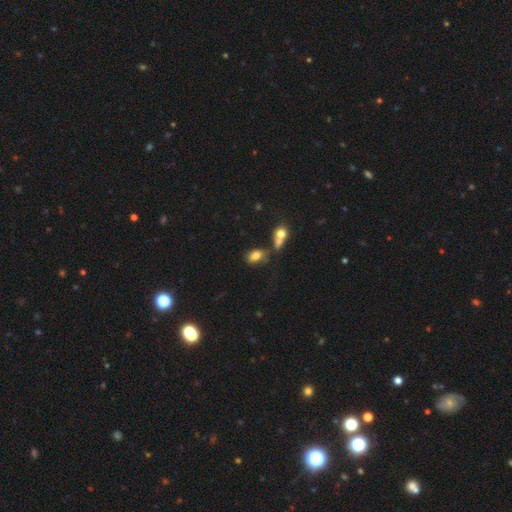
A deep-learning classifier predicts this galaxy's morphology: Overall: smooth (79%). How rounded: in between (84%). Merging: none (51%; merger 26%).